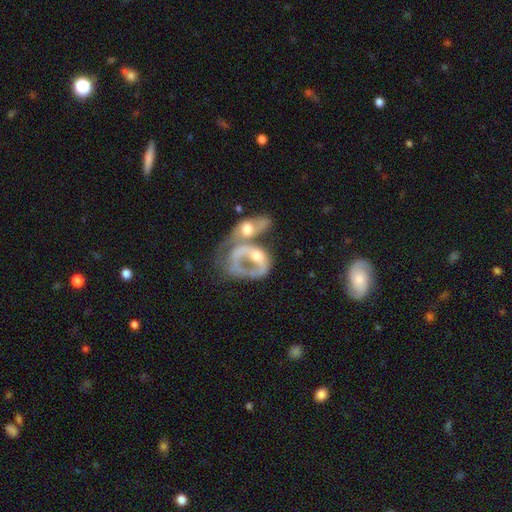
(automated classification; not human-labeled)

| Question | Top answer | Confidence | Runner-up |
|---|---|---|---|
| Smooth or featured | featured or disk | 66% | smooth (25%) |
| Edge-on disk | no | 94% | yes (6%) |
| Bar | no | 74% | weak (19%) |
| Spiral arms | no | 59% | yes (41%) |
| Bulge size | moderate | 54% | small (27%) |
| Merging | merger | 61% | major disturbance (20%) |